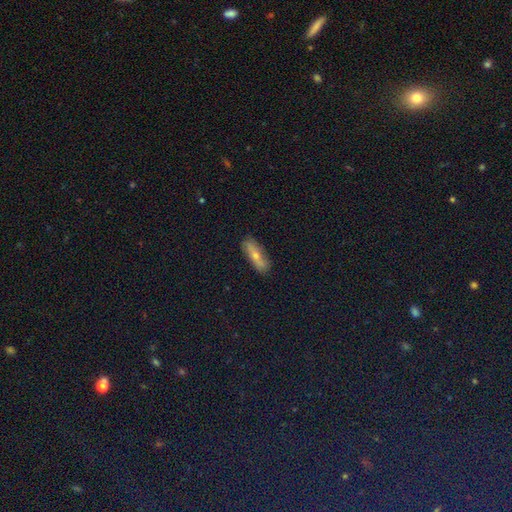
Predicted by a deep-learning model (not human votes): A smooth galaxy with no disk features (60%) that is in between round and cigar-shaped (48%, tied with cigar-shaped).

Vote fractions:
- Smooth or featured? smooth: 60% / featured or disk: 32% / star or artifact: 8%
- How rounded? in between: 48% (tied) / cigar-shaped: 48% (tied) / round: 3%
- Merging? none: 82% / minor disturbance: 14% / major disturbance: 3% / merger: 2%